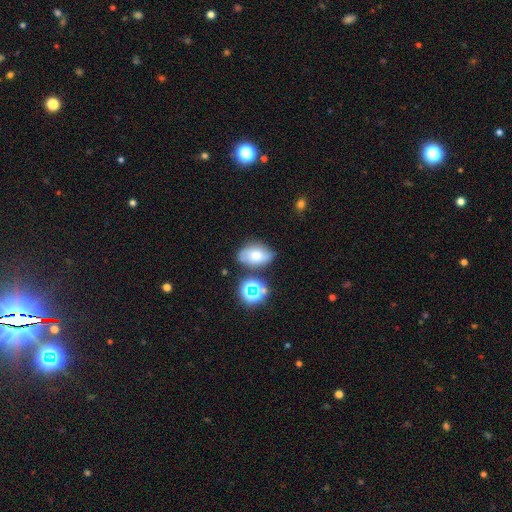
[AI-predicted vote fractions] The model was most divided on "smooth or featured": smooth: 62%, featured or disk: 21%, star or artifact: 17%. More confident: how rounded — in between (83%); merging — none (67%).